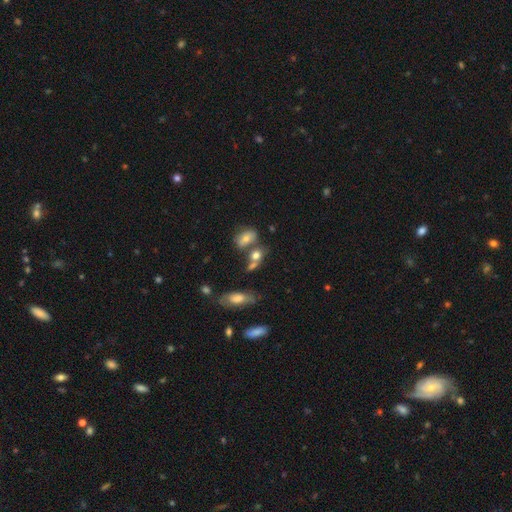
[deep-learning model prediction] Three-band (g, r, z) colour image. It shows a smooth galaxy with no disk features (69%) that is in between round and cigar-shaped (62%). Merging: none (44%).